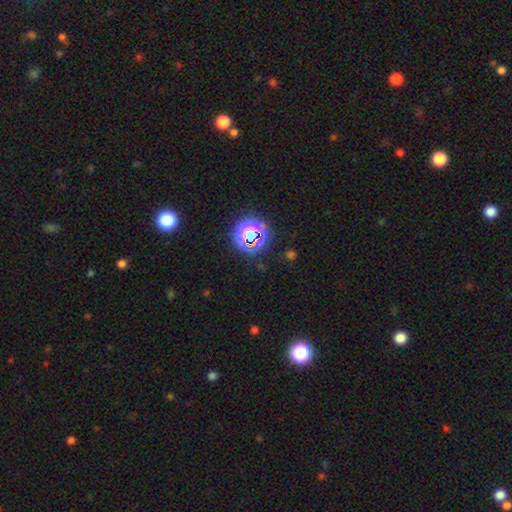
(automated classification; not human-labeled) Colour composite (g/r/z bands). It shows a star or artifact, not a galaxy (73%).